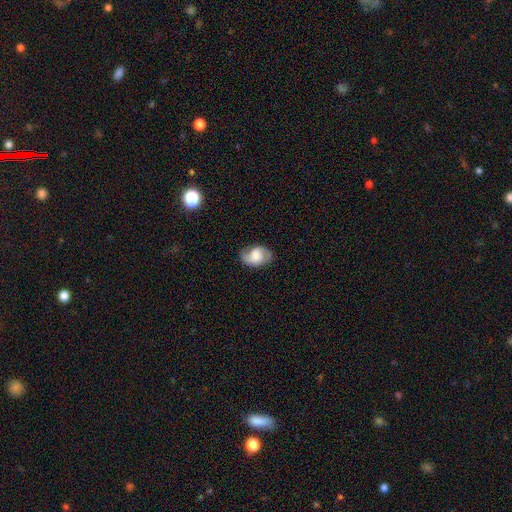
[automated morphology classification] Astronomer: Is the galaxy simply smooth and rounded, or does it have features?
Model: featured or disk — 55% (runner-up: smooth, 36%).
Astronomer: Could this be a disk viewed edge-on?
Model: no — 97%.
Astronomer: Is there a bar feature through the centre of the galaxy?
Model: no — 47% (runner-up: weak, 40%).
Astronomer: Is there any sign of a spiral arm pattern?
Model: yes — 87%.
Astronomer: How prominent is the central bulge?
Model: large — 34% (runner-up: moderate, 26%).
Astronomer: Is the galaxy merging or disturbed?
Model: none — 74%.